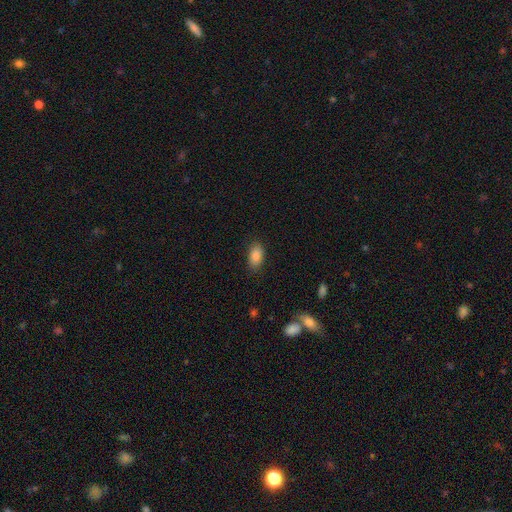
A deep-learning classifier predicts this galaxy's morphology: Smooth or featured? smooth (86%)
How rounded? in between (92%)
Merging? none (85%)